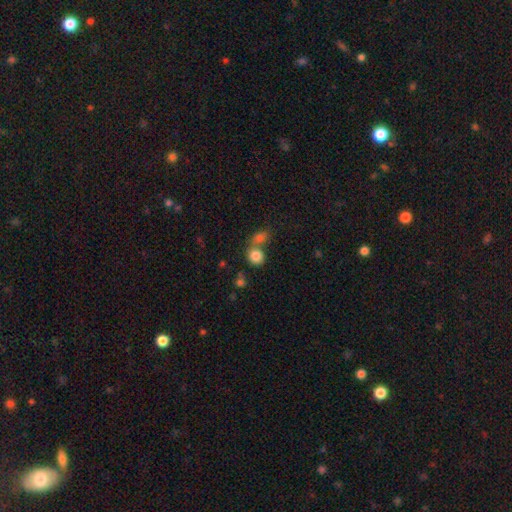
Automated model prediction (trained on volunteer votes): Smooth or featured? Predicted: smooth (p=0.83). How rounded? Predicted: round (p=0.74). Merging? Predicted: none (p=0.44).